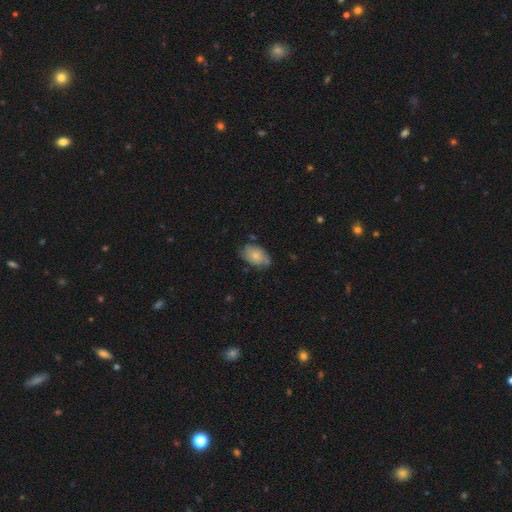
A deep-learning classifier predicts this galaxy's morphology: This is likely a smooth galaxy (67%). How rounded: clearly in between (89%). Merging: likely none (64%).